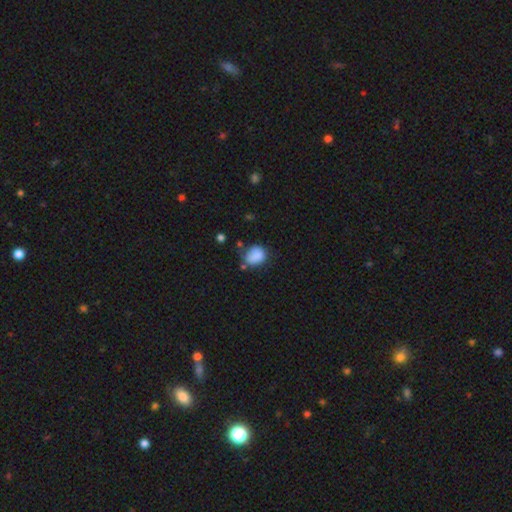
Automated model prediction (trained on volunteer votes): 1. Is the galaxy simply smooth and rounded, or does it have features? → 85% smooth, 10% star or artifact, 6% featured or disk.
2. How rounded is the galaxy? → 51% round, 48% in between, 1% cigar-shaped.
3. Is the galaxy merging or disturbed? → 55% none, 29% minor disturbance, 9% major disturbance, 8% merger.